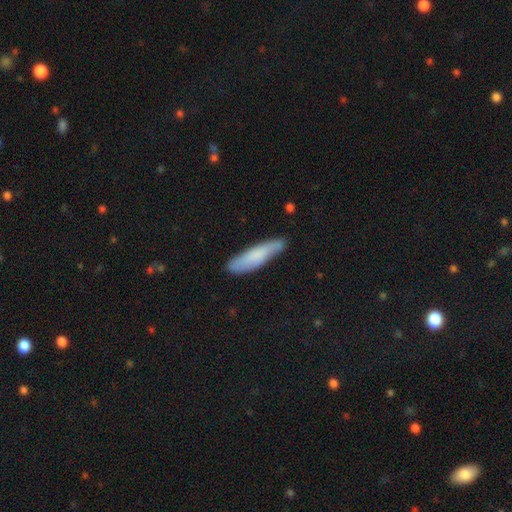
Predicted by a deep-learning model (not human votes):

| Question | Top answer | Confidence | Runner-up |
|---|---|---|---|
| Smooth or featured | smooth | 75% | featured or disk (19%) |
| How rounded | cigar-shaped | 77% | in between (22%) |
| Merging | none | 78% | minor disturbance (17%) |